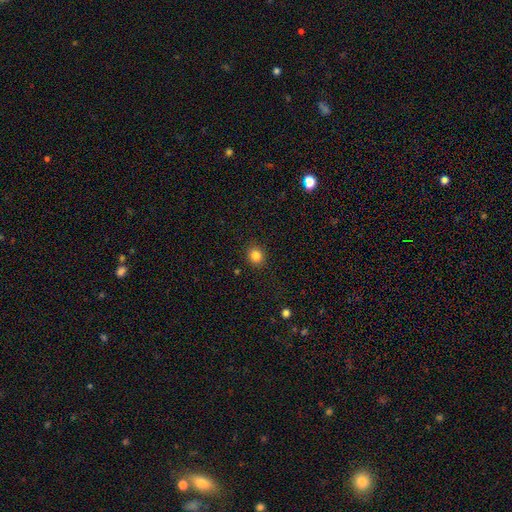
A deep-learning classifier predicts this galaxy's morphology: This is clearly a smooth galaxy (84%). How rounded: clearly round (80%). Merging: clearly none (90%).